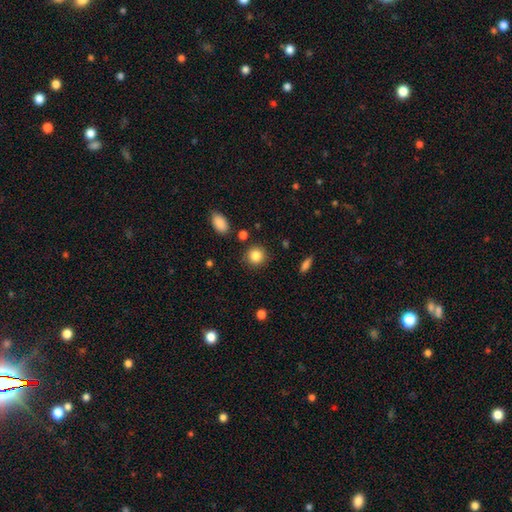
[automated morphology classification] Smooth or featured?
  - smooth: 85% *
  - star or artifact: 10%
  - featured or disk: 6%
How rounded?
  - round: 89% *
  - in between: 10%
  - cigar-shaped: 1%
Merging?
  - none: 87% *
  - minor disturbance: 8%
  - merger: 3%
  - major disturbance: 3%